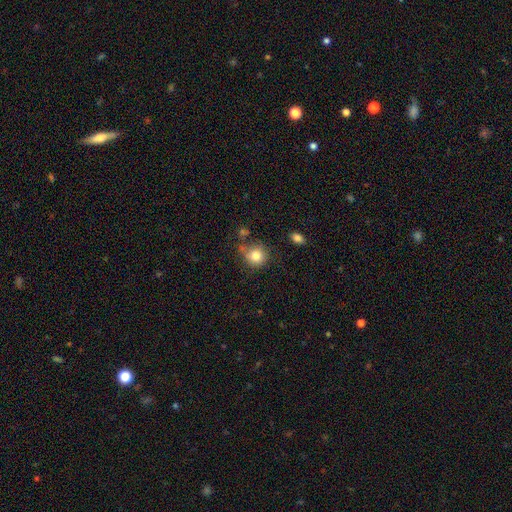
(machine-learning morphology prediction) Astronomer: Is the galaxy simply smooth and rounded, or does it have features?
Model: smooth — 81%.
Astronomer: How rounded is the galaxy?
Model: round — 89%.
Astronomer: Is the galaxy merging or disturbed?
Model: none — 66%.